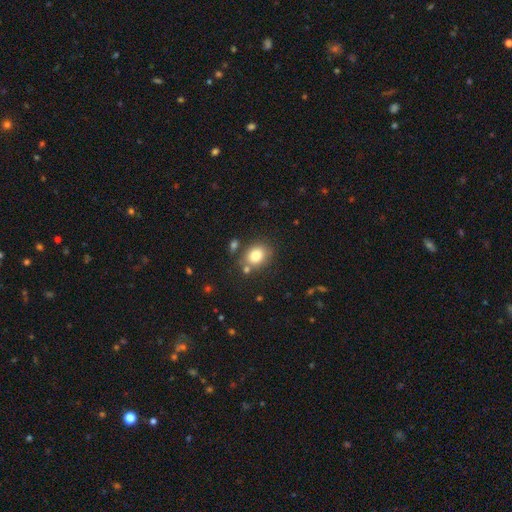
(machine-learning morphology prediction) Smooth or featured? Predicted: smooth (p=0.82). How rounded? Predicted: round (p=0.53). Merging? Predicted: none (p=0.72).